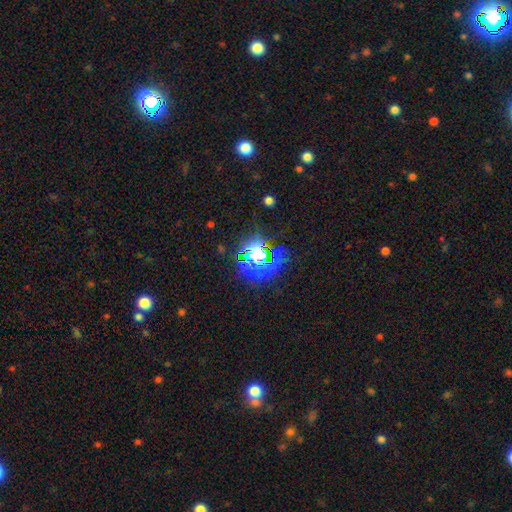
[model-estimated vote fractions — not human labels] Q: Smooth or featured?
A: star or artifact (68%); runner-up: smooth (21%)